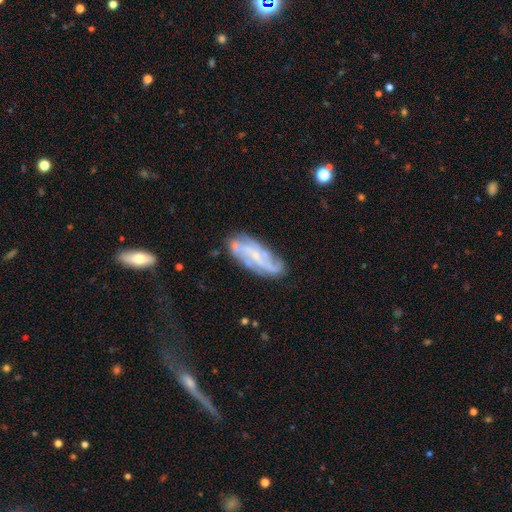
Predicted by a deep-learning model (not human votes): Smooth or featured: featured or disk — 77% (smooth — 16%)
Edge-on disk: no — 90% (yes — 10%)
Bar: no — 49% (weak — 36%)
Spiral arms: yes — 90% (no — 10%)
Spiral winding: medium — 40% (tight — 34%)
Spiral arm count: can't tell — 30% (2 — 28%)
Bulge size: small — 73% (moderate — 15%)
Merging: none — 72% (minor disturbance — 19%)